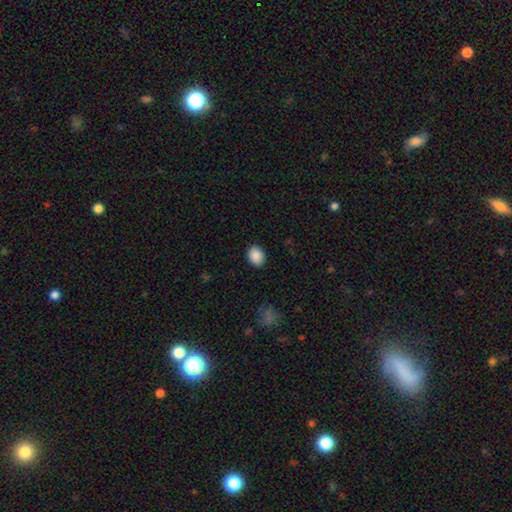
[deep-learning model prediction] Smooth or featured? smooth (89%)
How rounded? in between (55%)
Merging? none (89%)